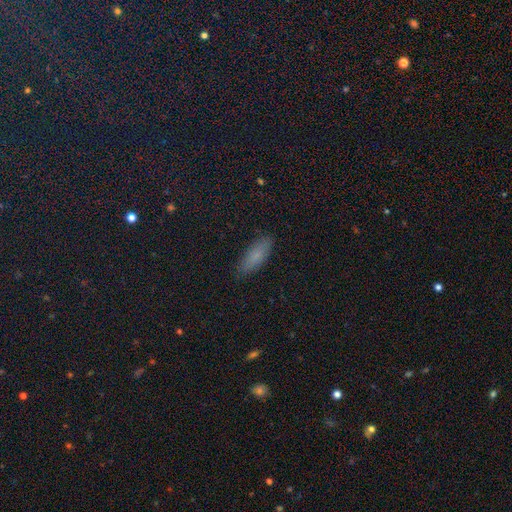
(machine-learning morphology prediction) A smooth galaxy with no disk features (80%) that is in between round and cigar-shaped (62%).

Vote fractions:
- Smooth or featured? smooth: 80% / featured or disk: 10% / star or artifact: 10%
- How rounded? in between: 62% / cigar-shaped: 36% / round: 2%
- Merging? none: 86% / minor disturbance: 10% / major disturbance: 2% / merger: 1%